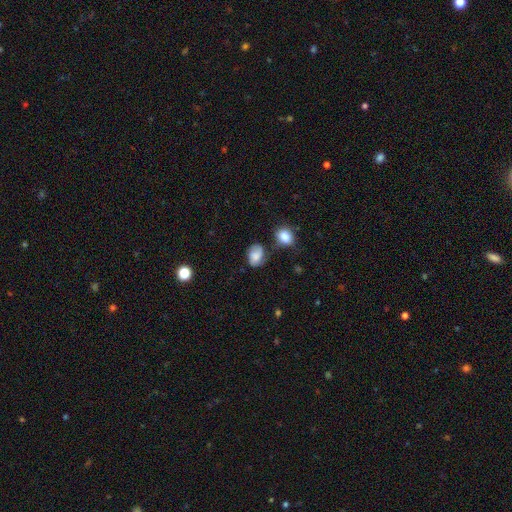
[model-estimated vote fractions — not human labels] Morphology: type=smooth (59%); roundness=in between (64%); merging=none (55%).